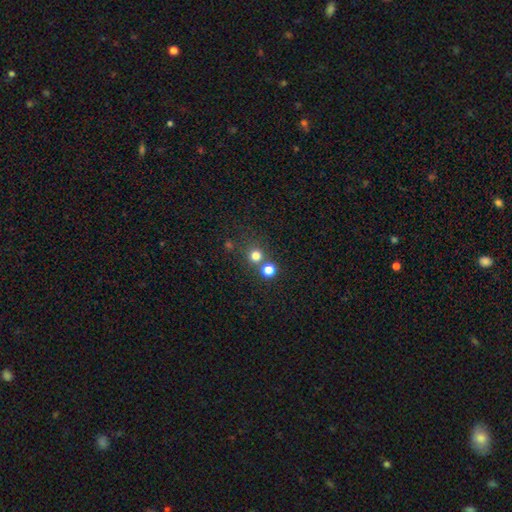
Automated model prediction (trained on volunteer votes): Smooth or featured? smooth (75%)
How rounded? round (92%)
Merging? none (66%)